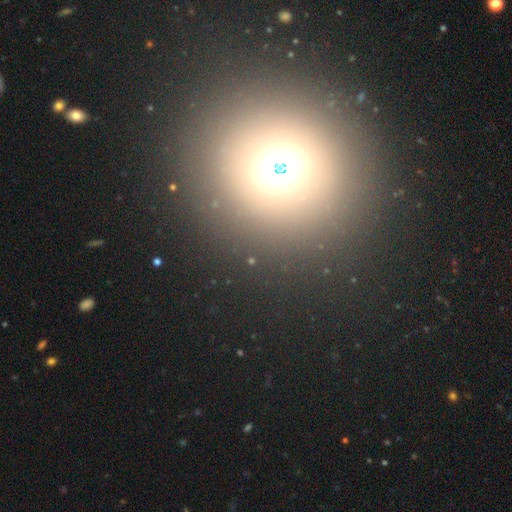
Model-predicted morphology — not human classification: type=star or artifact (46%).